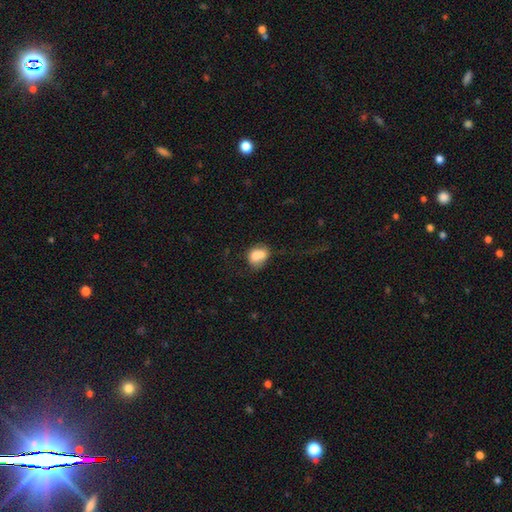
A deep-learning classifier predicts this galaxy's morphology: Overall: smooth (72%). How rounded: round (55%; in between 44%). Merging: merger (44%; none 32%).